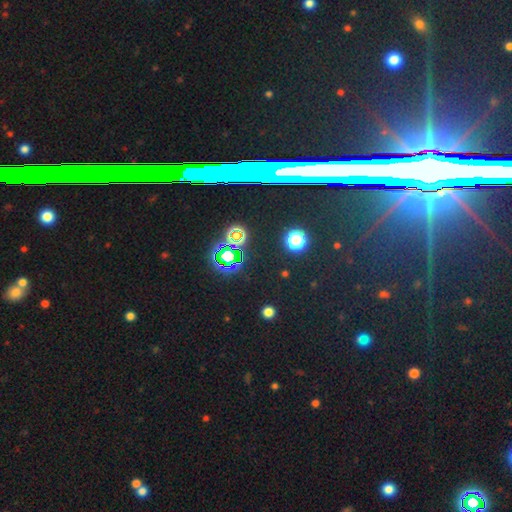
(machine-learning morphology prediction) A star or artifact, not a galaxy (78%).